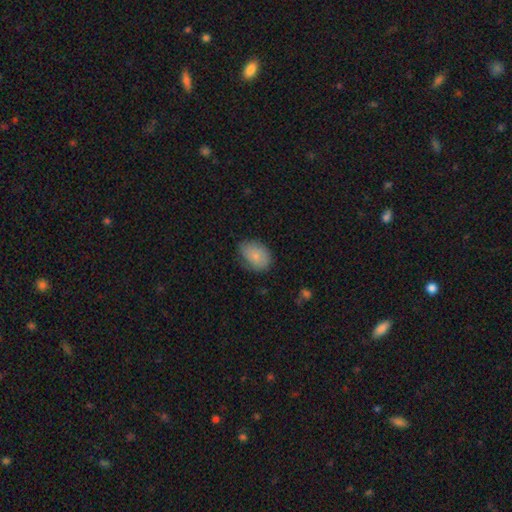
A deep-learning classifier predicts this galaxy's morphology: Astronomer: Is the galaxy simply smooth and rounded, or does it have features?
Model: smooth — 80%.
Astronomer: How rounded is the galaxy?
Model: in between — 79%.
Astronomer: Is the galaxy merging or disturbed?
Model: none — 65%.